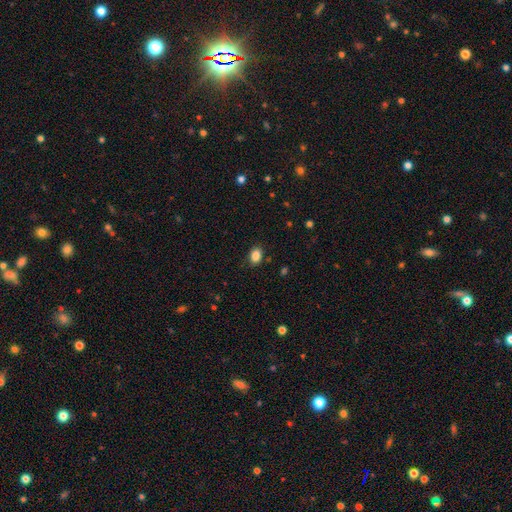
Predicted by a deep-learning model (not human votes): Smooth or featured: smooth — 87% (star or artifact — 9%)
How rounded: in between — 75% (round — 24%)
Merging: none — 84% (minor disturbance — 12%)